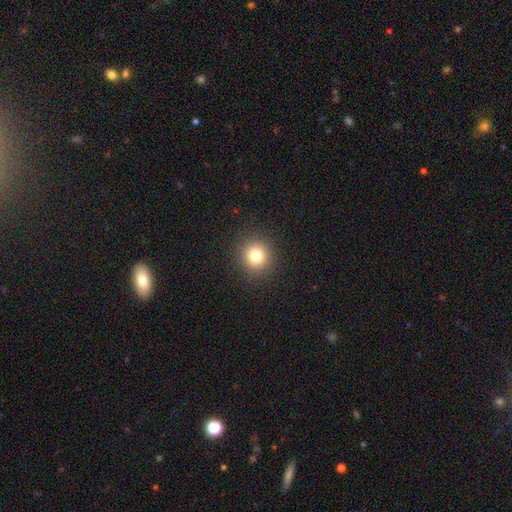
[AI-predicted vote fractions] Smooth or featured? Predicted: smooth (p=0.79). How rounded? Predicted: round (p=0.93). Merging? Predicted: none (p=0.92).